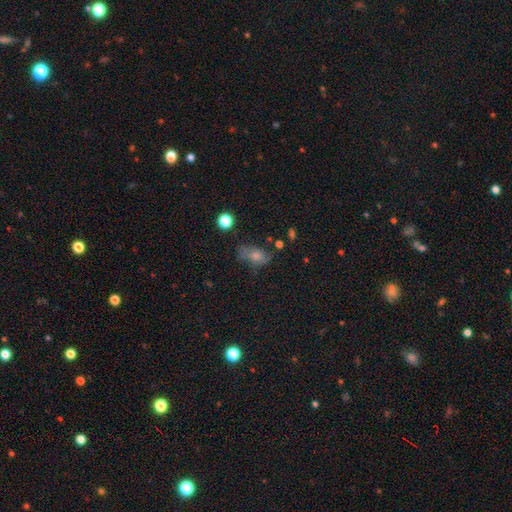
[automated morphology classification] Smooth or featured?
  - smooth: 61% *
  - featured or disk: 25%
  - star or artifact: 14%
How rounded?
  - in between: 82% *
  - round: 14%
  - cigar-shaped: 4%
Merging?
  - none: 46% *
  - minor disturbance: 29%
  - major disturbance: 20%
  - merger: 5%